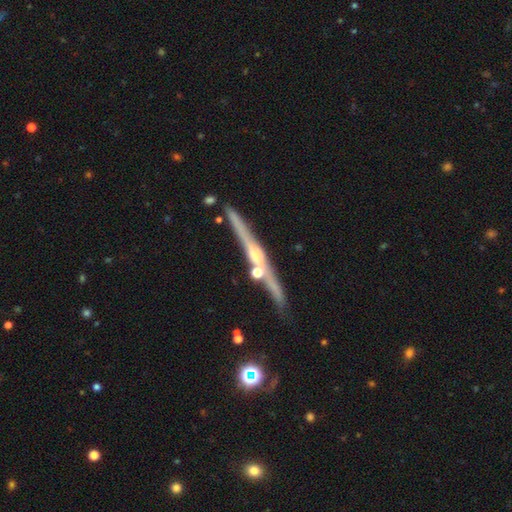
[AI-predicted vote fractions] A featured or disk galaxy (78%) viewed edge-on (97%) with a rounded central bulge (75%). Merging: none (80%).